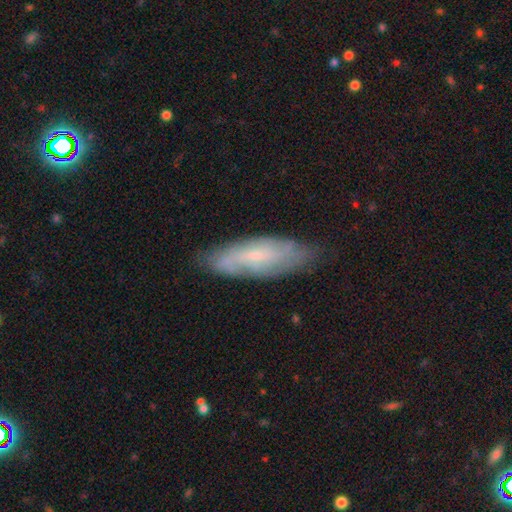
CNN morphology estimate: This appears to be a featured or disk galaxy (61%). Merging: none (75%).